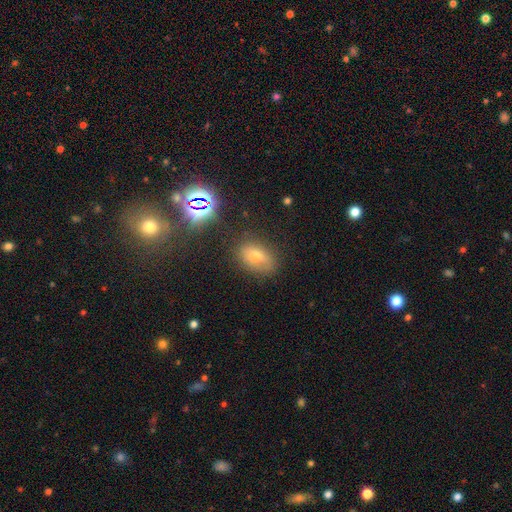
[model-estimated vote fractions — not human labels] smooth_or_featured: smooth (p=0.59) [alt: star or artifact p=0.23]
how_rounded: in between (p=0.83) [alt: round p=0.15]
merging: none (p=0.76) [alt: minor disturbance p=0.17]